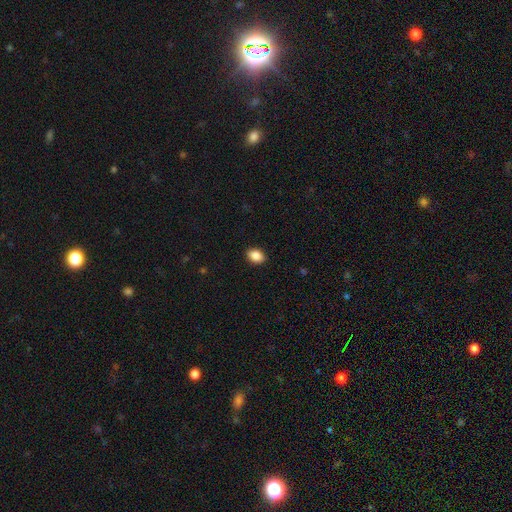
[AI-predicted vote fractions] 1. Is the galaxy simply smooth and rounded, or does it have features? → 88% smooth, 8% star or artifact, 4% featured or disk.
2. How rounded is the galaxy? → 76% in between, 23% round, 1% cigar-shaped.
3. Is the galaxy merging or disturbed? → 90% none, 7% minor disturbance, 2% major disturbance, 1% merger.